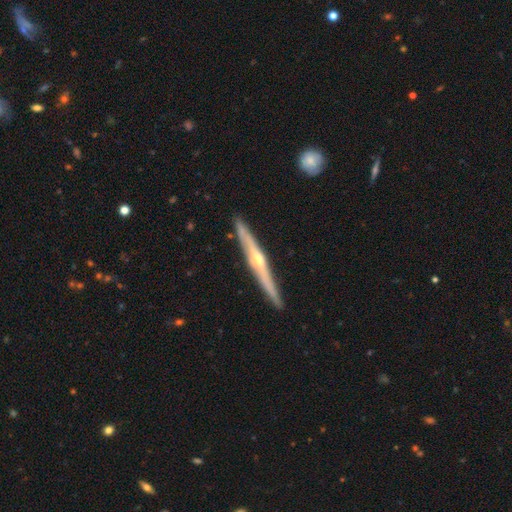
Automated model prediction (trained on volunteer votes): Overall: featured or disk (81%). Edge-on disk: yes (98%). Edge-on bulge: rounded (87%). Merging: none (91%).